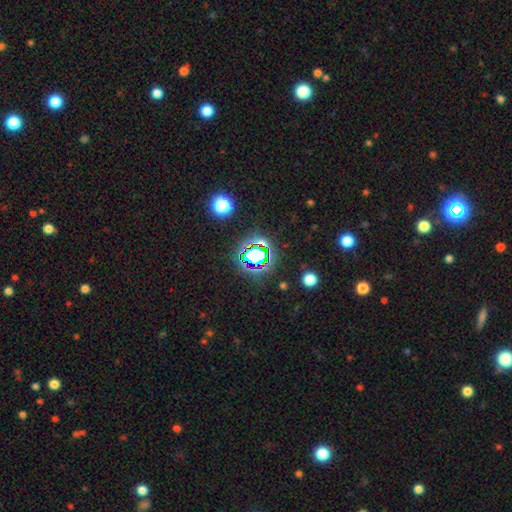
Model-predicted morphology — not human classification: Overall: star or artifact (67%).